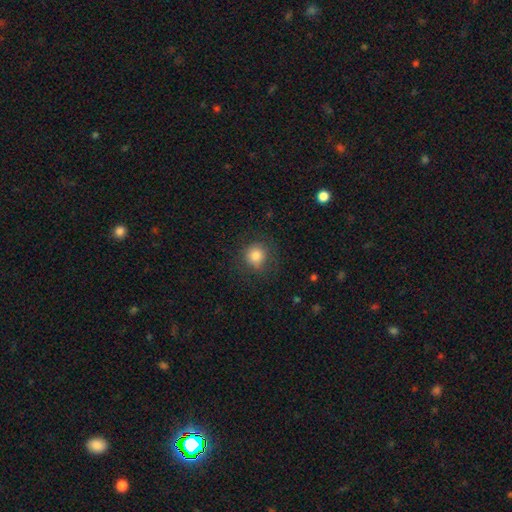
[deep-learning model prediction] A smooth galaxy with no disk features (83%) that is round (89%). Merging: none (78%).